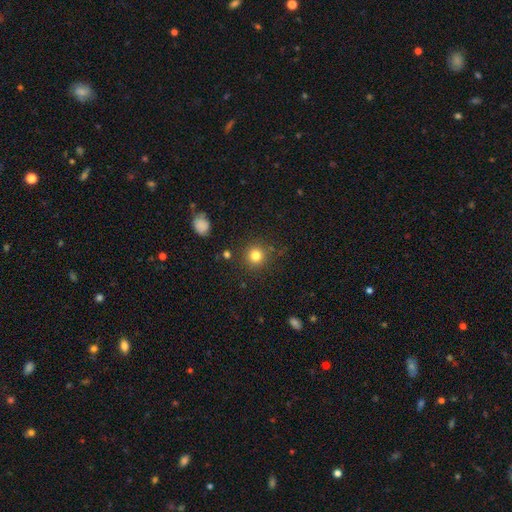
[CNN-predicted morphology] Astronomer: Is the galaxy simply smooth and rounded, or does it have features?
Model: smooth — 81%.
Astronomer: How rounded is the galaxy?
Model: round — 93%.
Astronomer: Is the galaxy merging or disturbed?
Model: none — 86%.